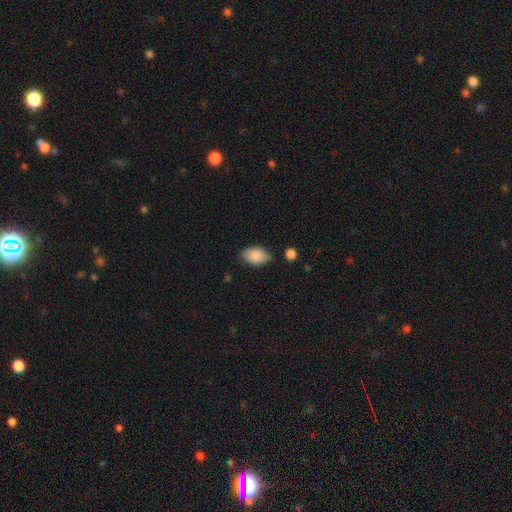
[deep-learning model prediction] This appears to be a smooth galaxy with no disk features (85%) that is in between round and cigar-shaped (90%). Merging: none (72%).